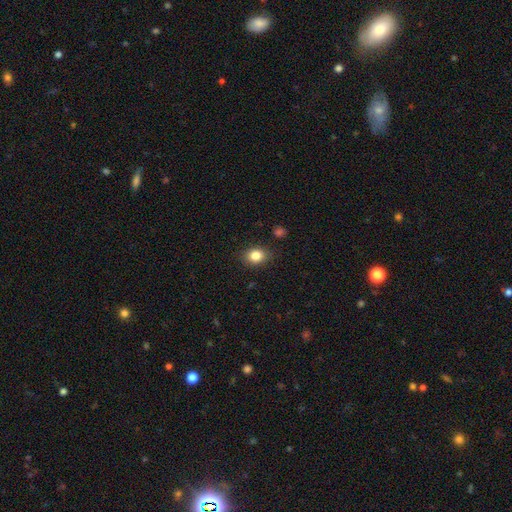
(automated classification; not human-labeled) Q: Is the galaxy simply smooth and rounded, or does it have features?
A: smooth — 84%.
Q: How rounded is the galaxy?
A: in between — 52%.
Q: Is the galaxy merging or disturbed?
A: none — 83%.